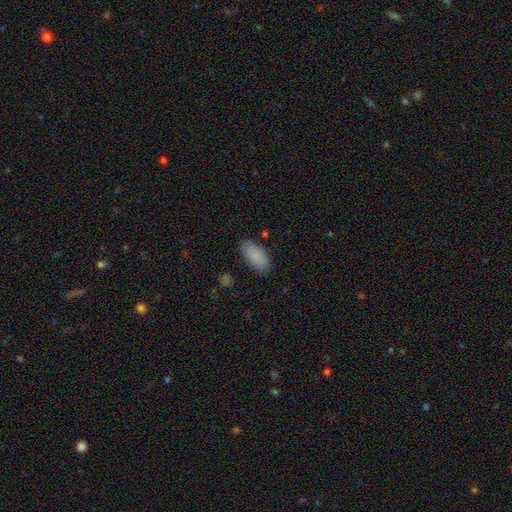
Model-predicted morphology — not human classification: This is clearly a smooth galaxy (87%). How rounded: clearly in between (93%). Merging: clearly none (82%).